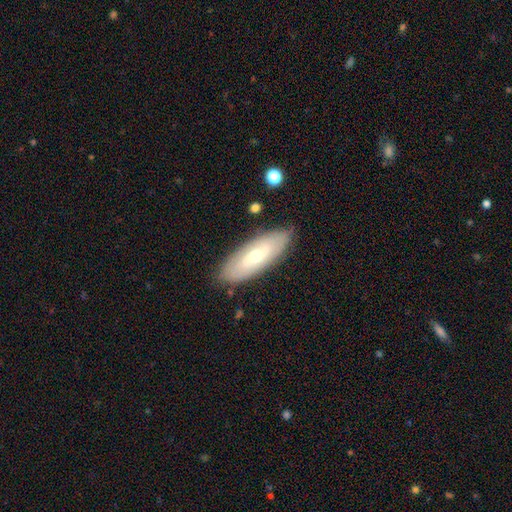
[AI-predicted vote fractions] A featured or disk galaxy (55%). Merging: none (83%).